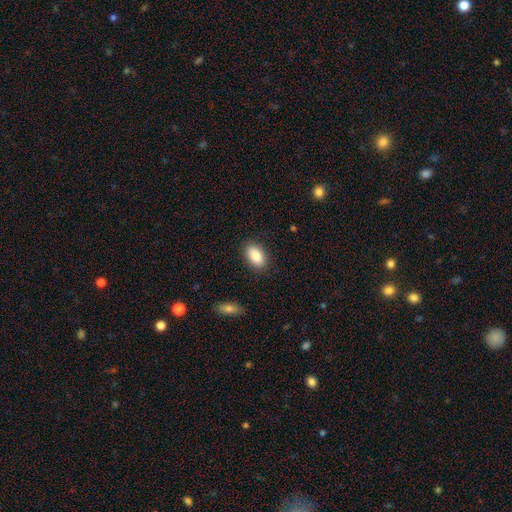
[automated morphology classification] type=smooth (86%); roundness=in between (91%); merging=none (87%).